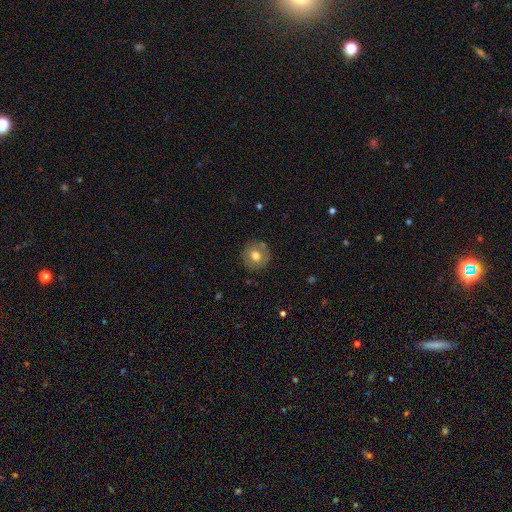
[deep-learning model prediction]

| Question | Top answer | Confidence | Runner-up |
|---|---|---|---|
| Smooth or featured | smooth | 69% | featured or disk (21%) |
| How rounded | round | 93% | in between (6%) |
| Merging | none | 86% | minor disturbance (9%) |